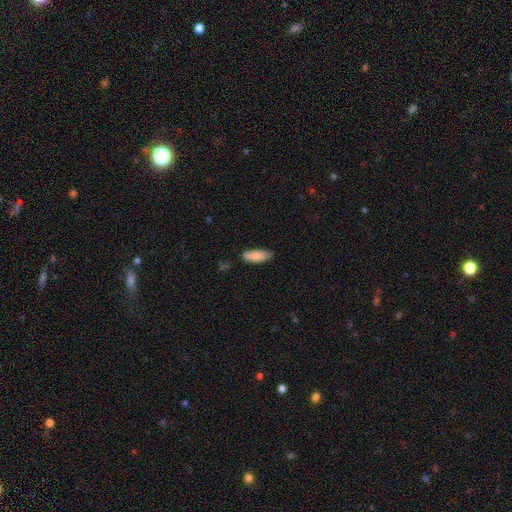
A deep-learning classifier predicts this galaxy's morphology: smooth_or_featured: smooth (p=0.85) [alt: featured or disk p=0.09]
how_rounded: in between (p=0.72) [alt: cigar-shaped p=0.26]
merging: none (p=0.81) [alt: minor disturbance p=0.15]